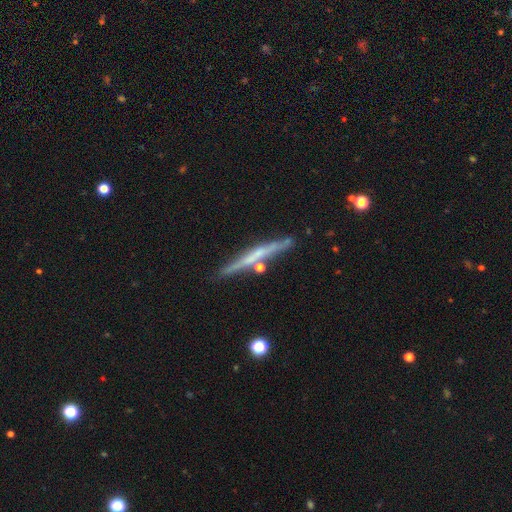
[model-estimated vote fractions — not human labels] Smooth or featured? Predicted: featured or disk (p=0.60). Edge-on disk? Predicted: yes (p=0.96). Edge-on bulge? Predicted: none (p=0.66). Merging? Predicted: none (p=0.81).